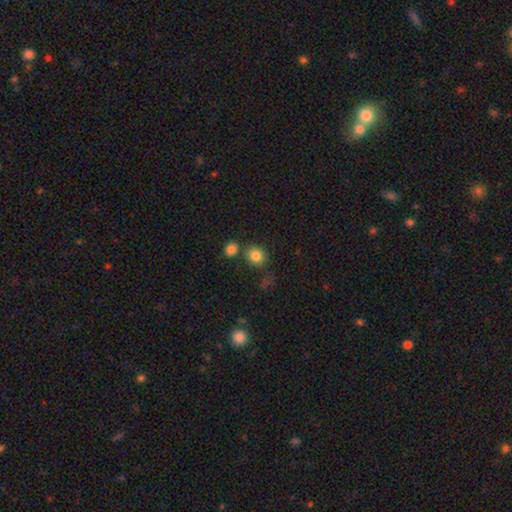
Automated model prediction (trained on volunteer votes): Morphology: type=smooth (83%); roundness=round (81%); merging=none (71%).